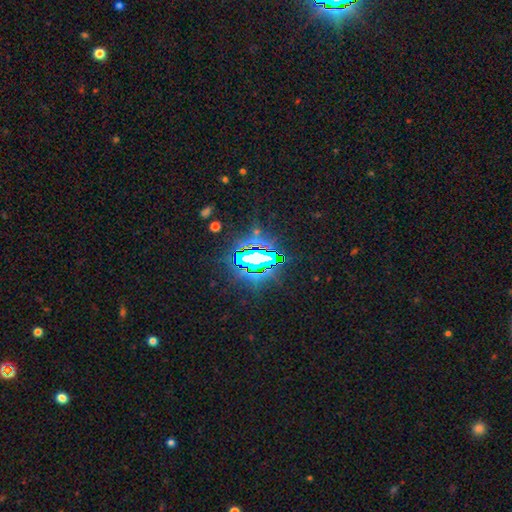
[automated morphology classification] Smooth or featured?
  - star or artifact: 77% *
  - smooth: 12%
  - featured or disk: 11%